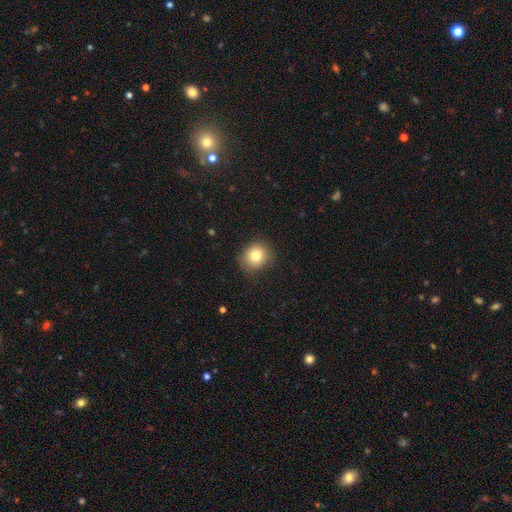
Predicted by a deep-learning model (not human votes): Smooth or featured?
  - smooth: 80% *
  - star or artifact: 11%
  - featured or disk: 9%
How rounded?
  - round: 84% *
  - in between: 15%
  - cigar-shaped: 1%
Merging?
  - none: 87% *
  - minor disturbance: 10%
  - major disturbance: 3%
  - merger: 1%